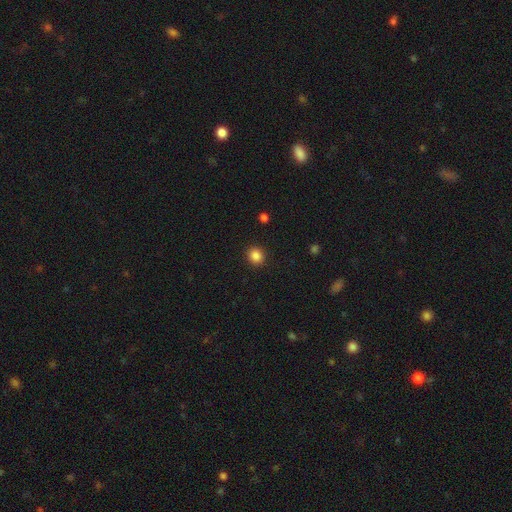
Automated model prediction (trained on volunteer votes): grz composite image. It shows a smooth galaxy with no disk features (86%) that is round (85%). Merging: none (92%).